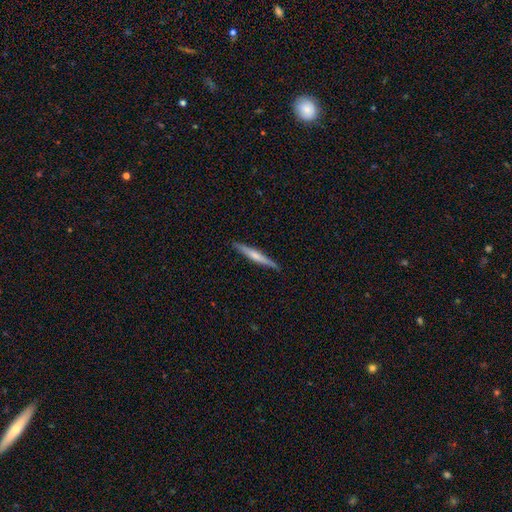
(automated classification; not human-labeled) Q: Smooth or featured?
A: featured or disk (48%); runner-up: smooth (46%)
Q: Merging?
A: none (89%); runner-up: minor disturbance (9%)